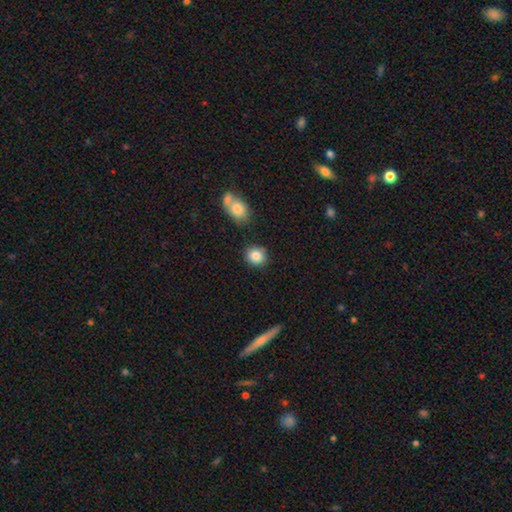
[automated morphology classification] smooth 85%, star or artifact 9%, featured or disk 6%. Down the decision tree: how rounded — round (81%); merging — none (84%).